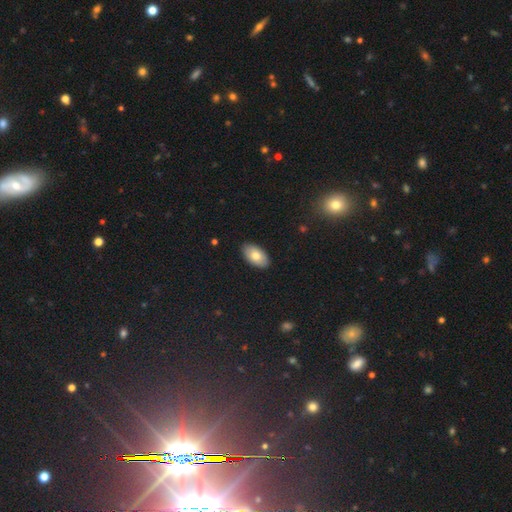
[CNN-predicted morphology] Smooth or featured: smooth — 77% (featured or disk — 17%)
How rounded: in between — 95% (round — 3%)
Merging: none — 89% (minor disturbance — 8%)